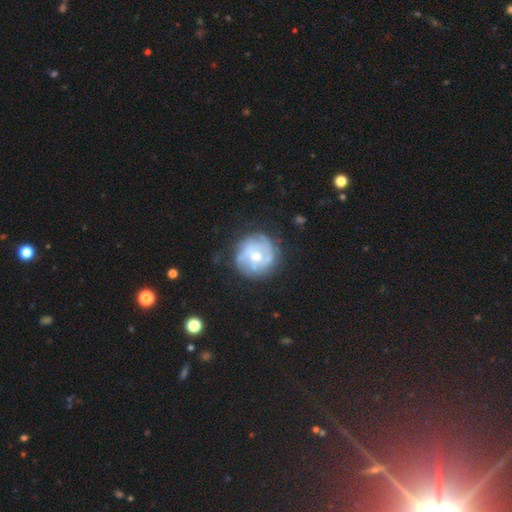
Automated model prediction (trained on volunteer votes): featured or disk 61%, smooth 32%, star or artifact 7%. Down the decision tree: edge-on disk — no (98%); bar — no (74%); spiral arms — yes (59%); bulge size — moderate (62%); merging — none (71%).